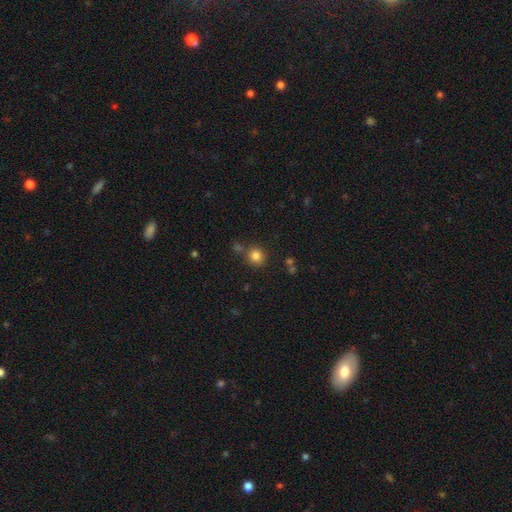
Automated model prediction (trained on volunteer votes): This appears to be a smooth galaxy with no disk features (82%) that is round (88%). Merging: none (78%).